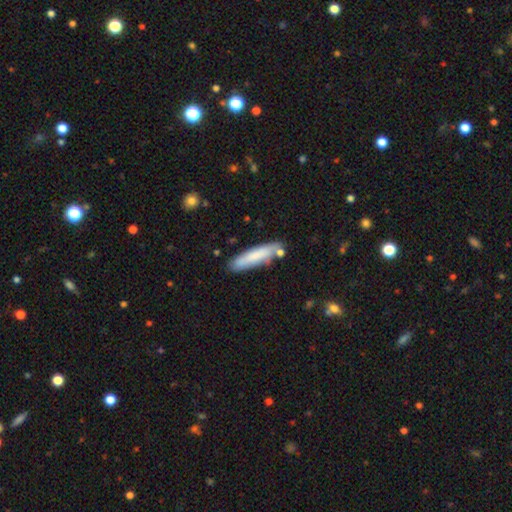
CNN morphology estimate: Smooth or featured? smooth (75%)
How rounded? cigar-shaped (83%)
Merging? none (76%)